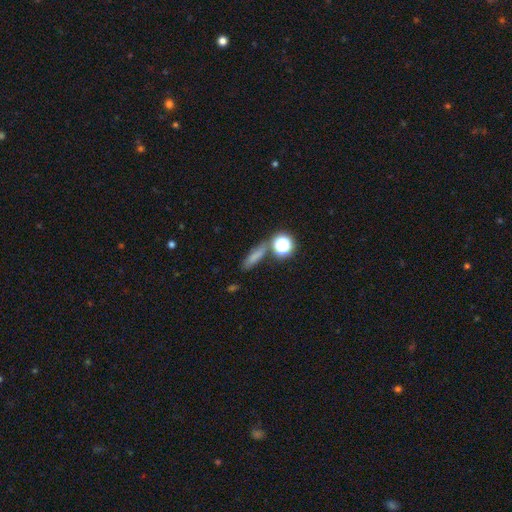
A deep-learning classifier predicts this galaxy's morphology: This is likely a smooth galaxy (70%). How rounded: likely cigar-shaped (61%). Merging: likely none (71%).